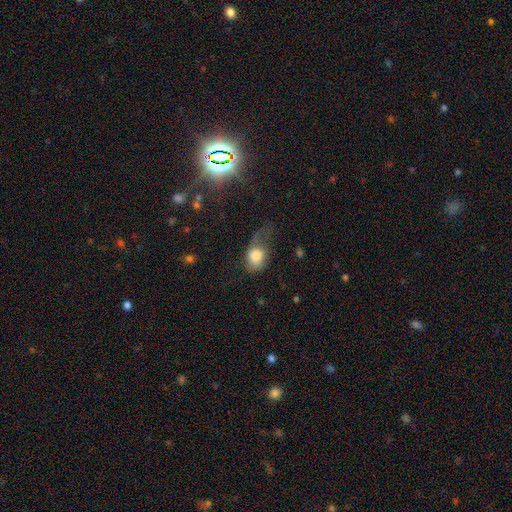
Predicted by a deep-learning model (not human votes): smooth-or-featured: smooth: 75% | featured or disk: 16% | star or artifact: 9%
  how-rounded: in between: 54% | round: 45% | cigar-shaped: 2%
  merging: major disturbance: 47% | minor disturbance: 27% | none: 22% | merger: 4%